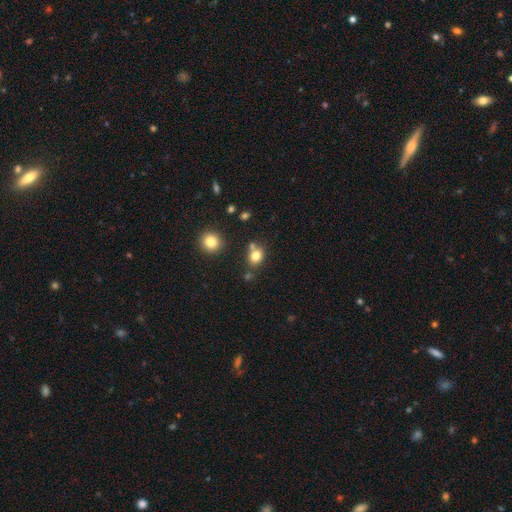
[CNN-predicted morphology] smooth-or-featured: smooth: 80% | star or artifact: 12% | featured or disk: 8%
  how-rounded: round: 53% | in between: 46% | cigar-shaped: 1%
  merging: none: 64% | merger: 19% | minor disturbance: 13% | major disturbance: 4%